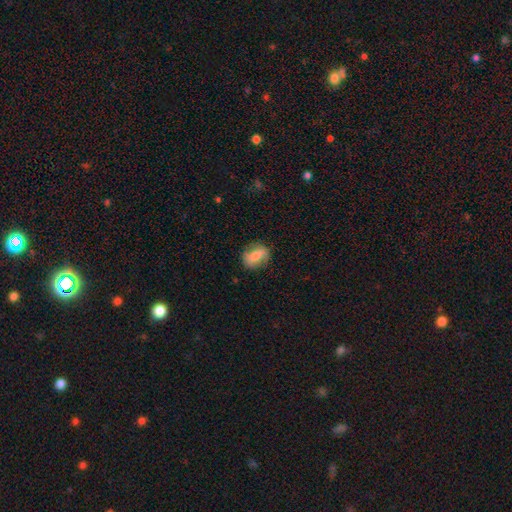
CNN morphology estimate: smooth_or_featured: smooth (p=0.66) [alt: featured or disk p=0.27]
how_rounded: in between (p=0.70) [alt: round p=0.26]
merging: none (p=0.77) [alt: minor disturbance p=0.17]